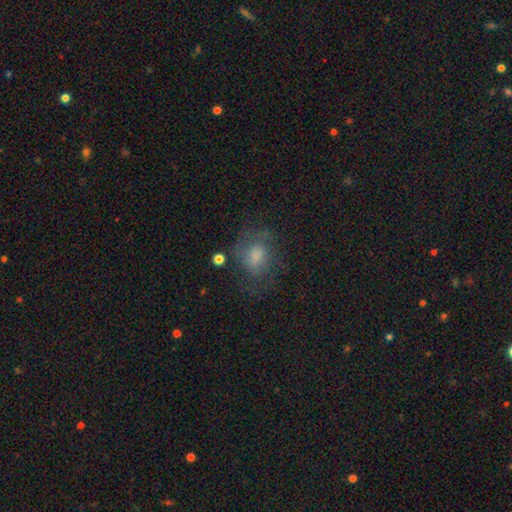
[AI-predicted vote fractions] Morphology: type=smooth (63%); roundness=in between (61%); merging=none (47%).